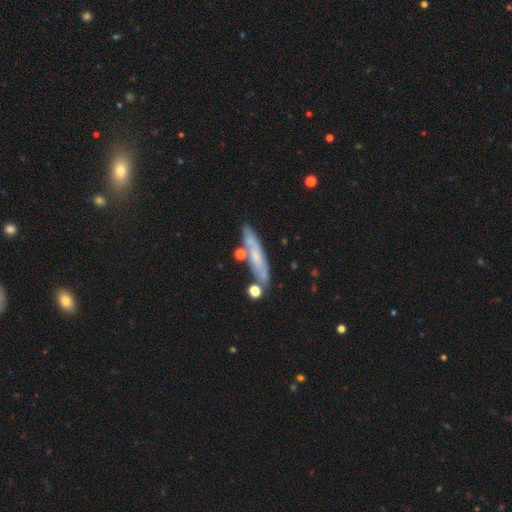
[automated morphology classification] smooth-or-featured: smooth: 49% | featured or disk: 42% | star or artifact: 9%
  merging: none: 73% | minor disturbance: 15% | merger: 8% | major disturbance: 4%